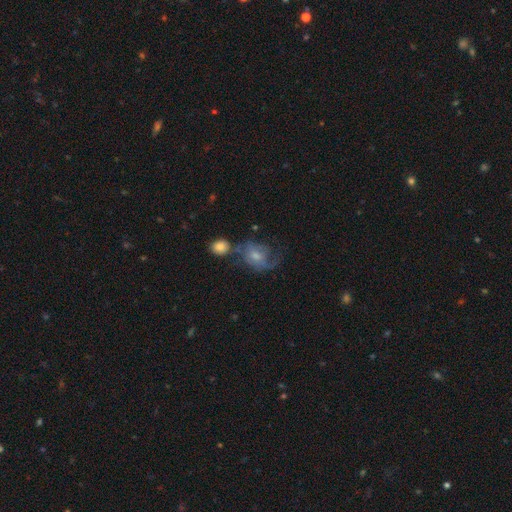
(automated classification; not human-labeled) featured or disk 57%, smooth 35%, star or artifact 8%. Down the decision tree: edge-on disk — no (97%); bar — no (59%); spiral arms — yes (81%); bulge size — moderate (54%); merging — none (35%).